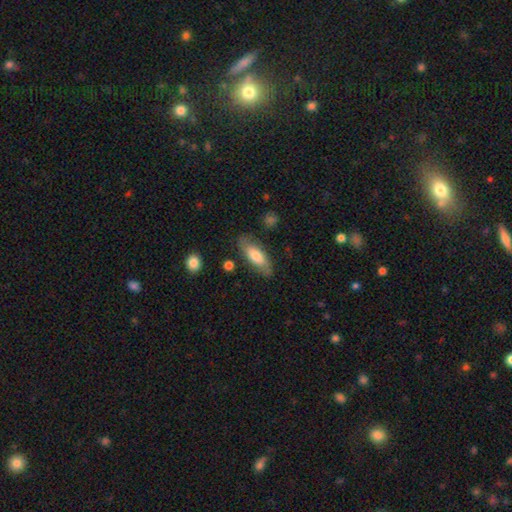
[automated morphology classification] Smooth or featured? smooth (69%)
How rounded? in between (69%)
Merging? none (79%)